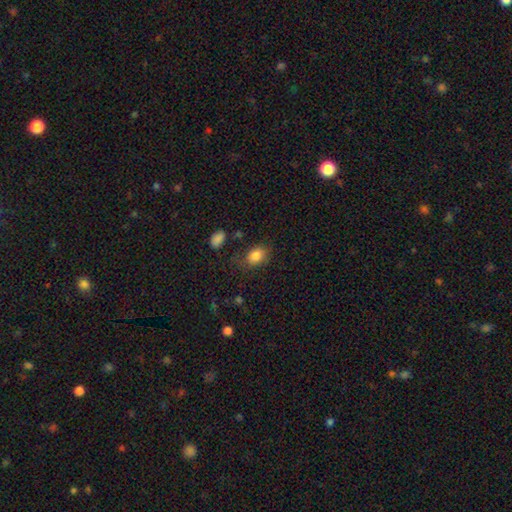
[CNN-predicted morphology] Q: Smooth or featured?
A: smooth (85%); runner-up: star or artifact (9%)
Q: How rounded?
A: in between (75%); runner-up: round (24%)
Q: Merging?
A: none (69%); runner-up: minor disturbance (20%)